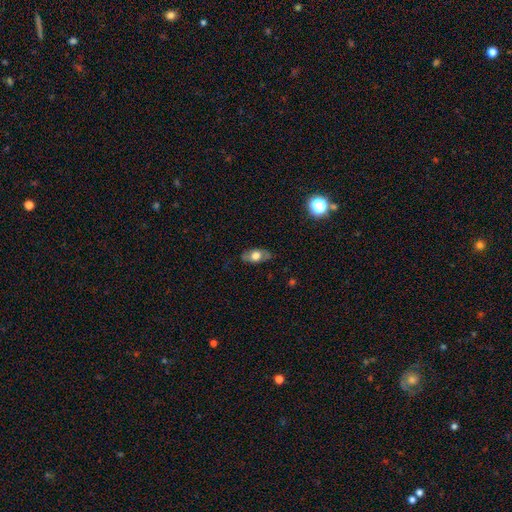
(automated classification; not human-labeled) Smooth or featured? smooth (57%)
How rounded? in between (85%)
Merging? none (78%)